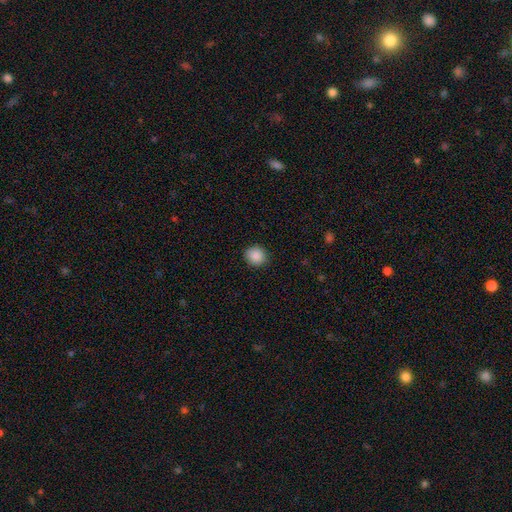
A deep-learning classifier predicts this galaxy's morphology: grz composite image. It shows a smooth galaxy with no disk features (88%) that is round (87%). Merging: none (90%).